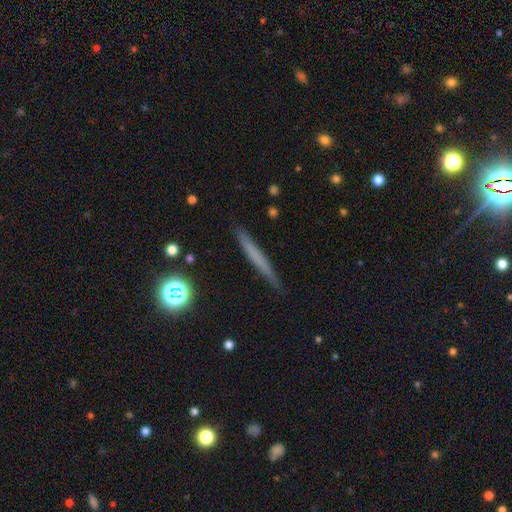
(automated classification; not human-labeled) Q: Smooth or featured?
A: smooth (55%); runner-up: featured or disk (36%)
Q: How rounded?
A: cigar-shaped (95%); runner-up: in between (3%)
Q: Merging?
A: none (88%); runner-up: minor disturbance (9%)